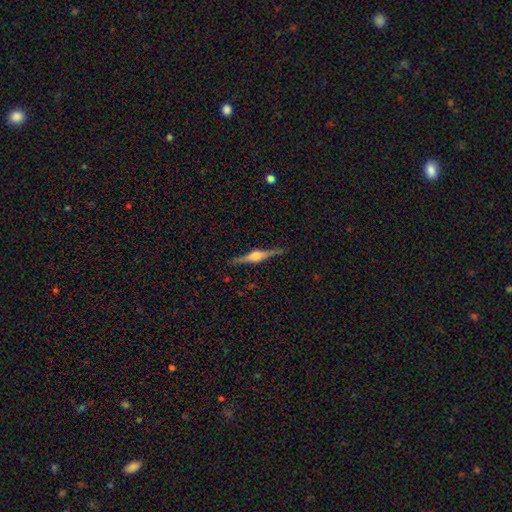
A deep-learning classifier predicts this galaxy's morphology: Smooth or featured? featured or disk (78%)
Edge-on disk? yes (98%)
Edge-on bulge? rounded (84%)
Merging? none (88%)